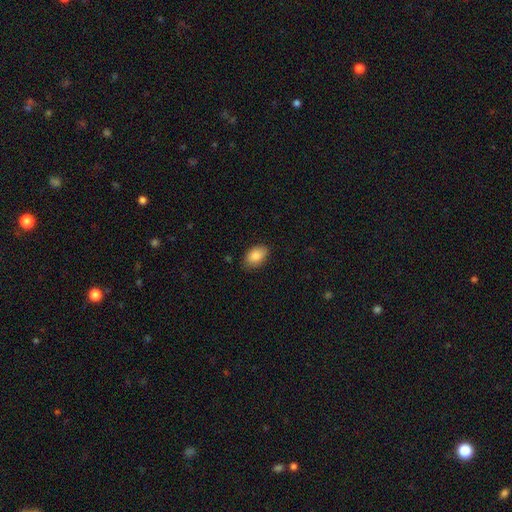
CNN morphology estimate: Smooth or featured?
  - smooth: 87% *
  - star or artifact: 7%
  - featured or disk: 6%
How rounded?
  - in between: 90% *
  - round: 8%
  - cigar-shaped: 1%
Merging?
  - none: 83% *
  - minor disturbance: 13%
  - major disturbance: 2%
  - merger: 1%